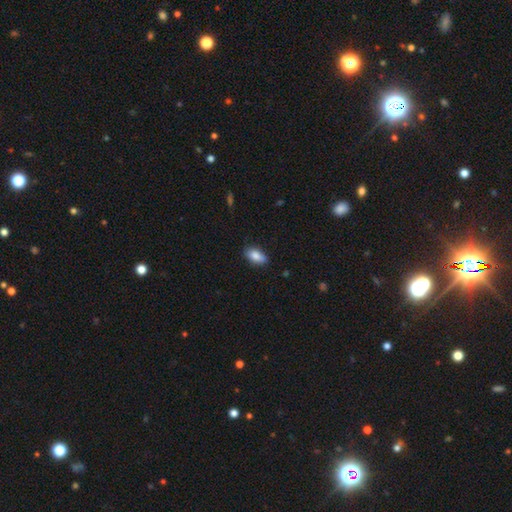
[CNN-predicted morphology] This appears to be a smooth galaxy with no disk features (83%) that is in between round and cigar-shaped (89%). Merging: none (81%).